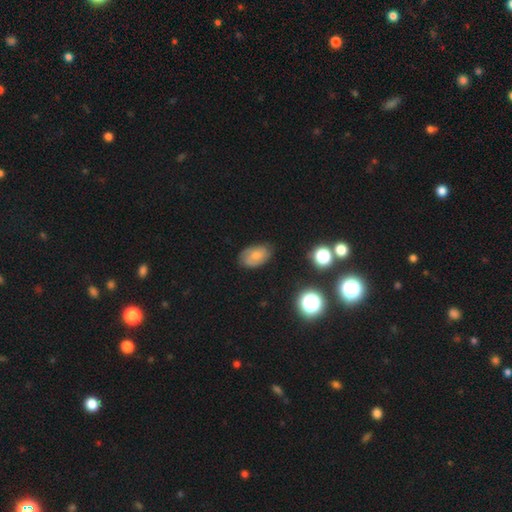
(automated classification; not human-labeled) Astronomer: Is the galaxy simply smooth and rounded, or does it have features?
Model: smooth — 56% (runner-up: featured or disk, 33%).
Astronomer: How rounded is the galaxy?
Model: in between — 87%.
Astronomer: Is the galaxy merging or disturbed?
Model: none — 74%.